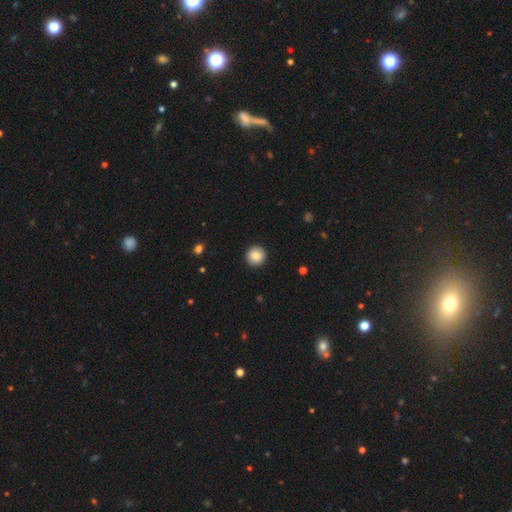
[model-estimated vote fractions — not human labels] smooth 86%, star or artifact 8%, featured or disk 6%. Down the decision tree: how rounded — round (95%); merging — none (93%).